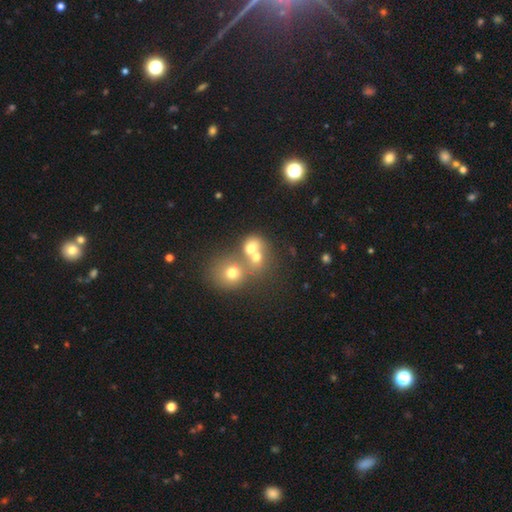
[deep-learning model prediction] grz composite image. It shows a smooth galaxy with no disk features (64%) that is round (70%). Merging: merger (55%).